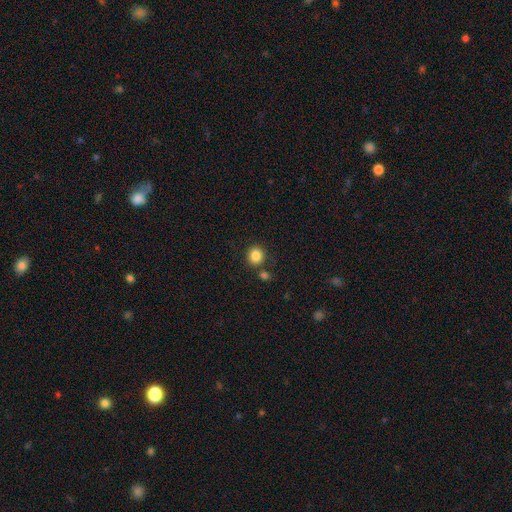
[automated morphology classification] Smooth or featured? smooth (85%)
How rounded? round (84%)
Merging? none (78%)